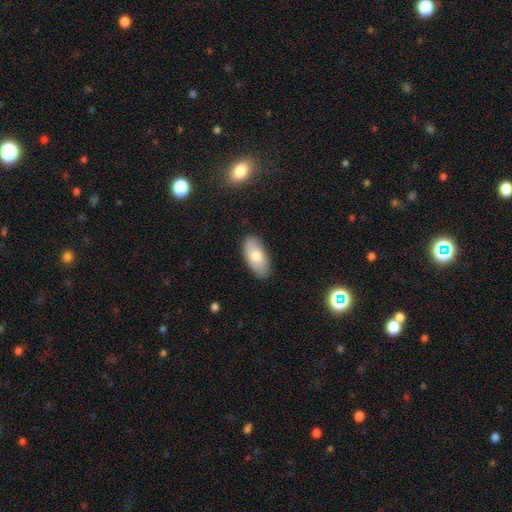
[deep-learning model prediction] This is likely a smooth galaxy (74%). How rounded: clearly in between (93%). Merging: clearly none (85%).